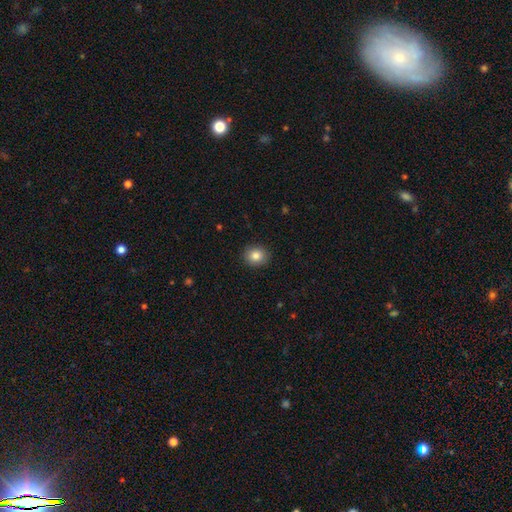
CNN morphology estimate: The model was most divided on "how rounded": round: 77%, in between: 22%, cigar-shaped: 1%. More confident: merging — none (91%); smooth or featured — smooth (84%).